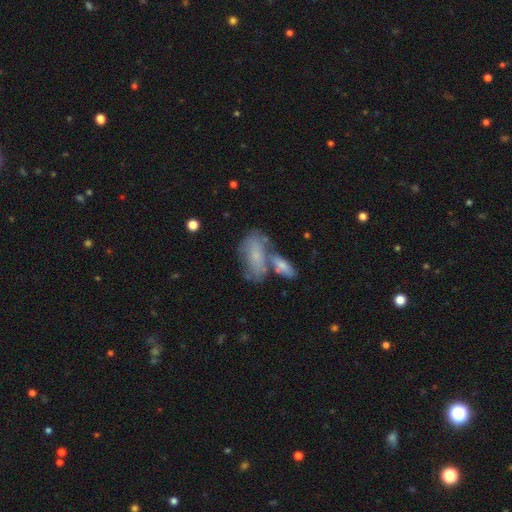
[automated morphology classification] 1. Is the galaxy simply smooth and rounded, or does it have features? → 57% smooth, 35% featured or disk, 8% star or artifact.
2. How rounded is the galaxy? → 86% in between, 8% cigar-shaped, 5% round.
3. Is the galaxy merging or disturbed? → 43% merger, 34% none, 16% minor disturbance, 8% major disturbance.